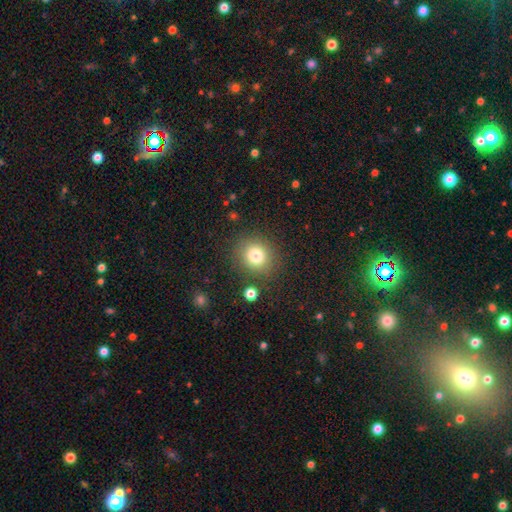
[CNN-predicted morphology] This is likely a smooth galaxy (79%). How rounded: clearly round (83%). Merging: clearly none (85%).